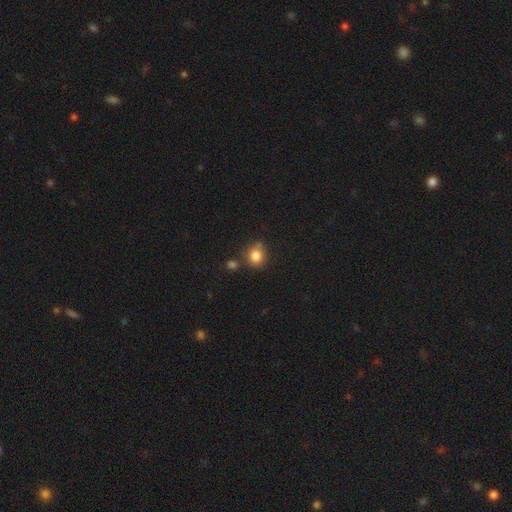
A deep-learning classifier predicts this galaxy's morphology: Smooth or featured? Predicted: smooth (p=0.82). How rounded? Predicted: round (p=0.77). Merging? Predicted: none (p=0.64).